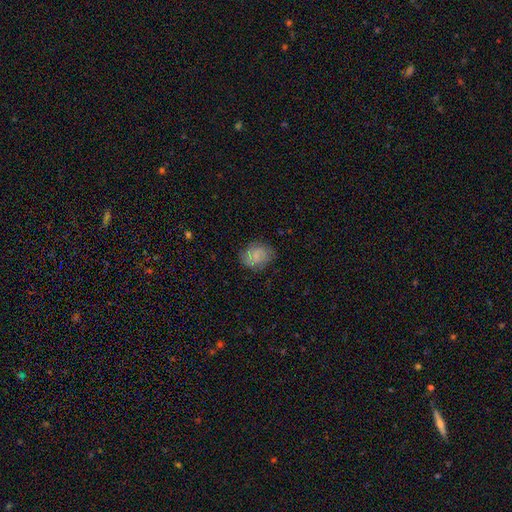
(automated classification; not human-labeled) Q: Smooth or featured?
A: smooth (59%); runner-up: featured or disk (32%)
Q: How rounded?
A: round (55%); runner-up: in between (43%)
Q: Merging?
A: none (75%); runner-up: minor disturbance (18%)